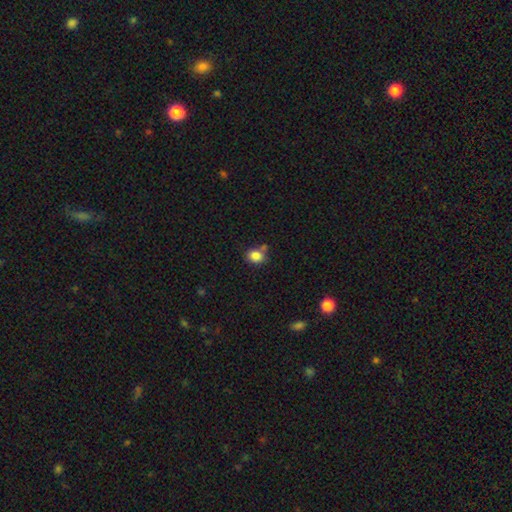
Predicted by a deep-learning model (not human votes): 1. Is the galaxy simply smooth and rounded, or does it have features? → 84% smooth, 10% star or artifact, 5% featured or disk.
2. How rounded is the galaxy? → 50% round, 49% in between, 1% cigar-shaped.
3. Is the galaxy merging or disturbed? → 66% none, 15% merger, 15% minor disturbance, 4% major disturbance.